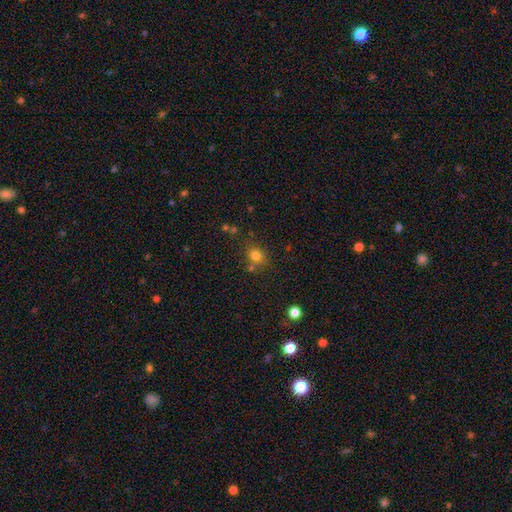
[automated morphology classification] Overall: smooth (77%). How rounded: round (74%). Merging: none (68%).